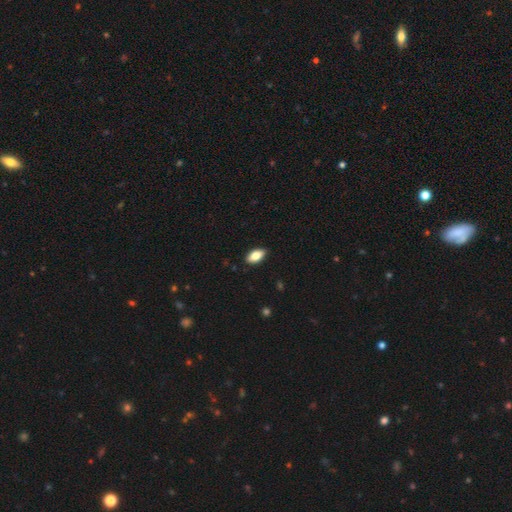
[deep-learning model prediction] A smooth galaxy with no disk features (80%) that is in between round and cigar-shaped (90%).

Vote fractions:
- Smooth or featured? smooth: 80% / featured or disk: 13% / star or artifact: 7%
- How rounded? in between: 90% / cigar-shaped: 6% / round: 3%
- Merging? none: 87% / minor disturbance: 10% / major disturbance: 2% / merger: 1%